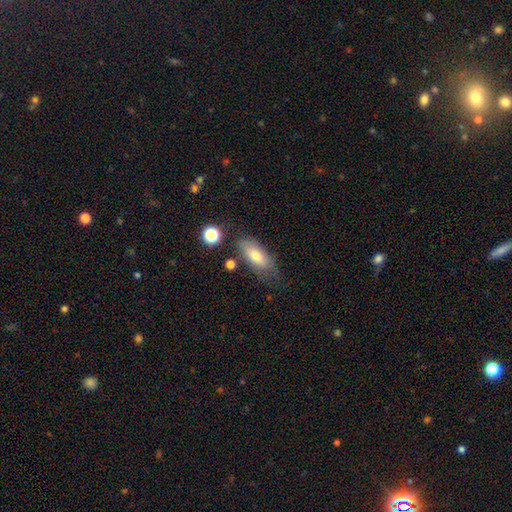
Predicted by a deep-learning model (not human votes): Smooth or featured? smooth (66%)
How rounded? in between (83%)
Merging? none (63%)